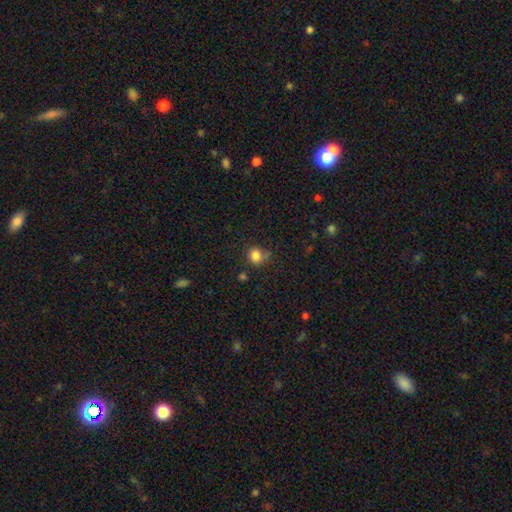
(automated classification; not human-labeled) A smooth galaxy with no disk features (83%) that is round (85%).

Vote fractions:
- Smooth or featured? smooth: 83% / star or artifact: 12% / featured or disk: 5%
- How rounded? round: 85% / in between: 14% / cigar-shaped: 1%
- Merging? none: 68% / minor disturbance: 21% / major disturbance: 6% / merger: 5%